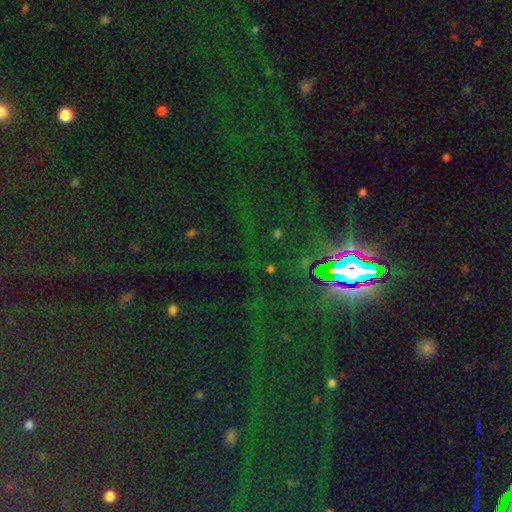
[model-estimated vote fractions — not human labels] smooth-or-featured: star or artifact: 84% | smooth: 9% | featured or disk: 7%